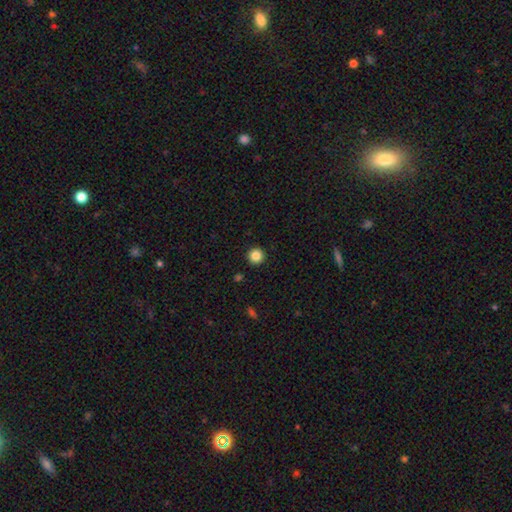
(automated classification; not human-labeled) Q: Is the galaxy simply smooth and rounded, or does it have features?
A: smooth — 85%.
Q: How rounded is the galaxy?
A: round — 96%.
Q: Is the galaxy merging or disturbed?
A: none — 93%.